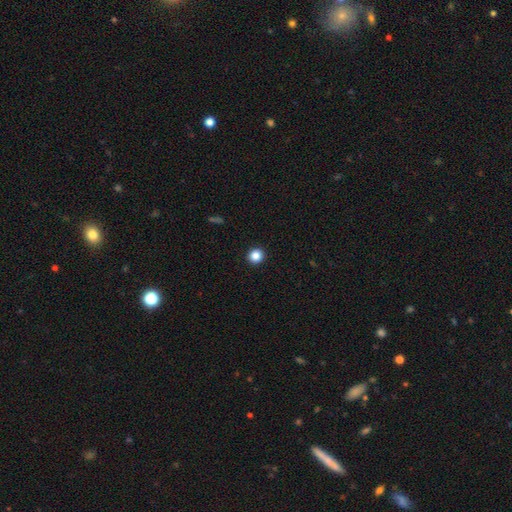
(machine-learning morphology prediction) A smooth galaxy with no disk features (86%) that is round (92%).

Vote fractions:
- Smooth or featured? smooth: 86% / star or artifact: 11% / featured or disk: 4%
- How rounded? round: 92% / in between: 7% / cigar-shaped: 1%
- Merging? none: 94% / minor disturbance: 4% / major disturbance: 1% / merger: 1%